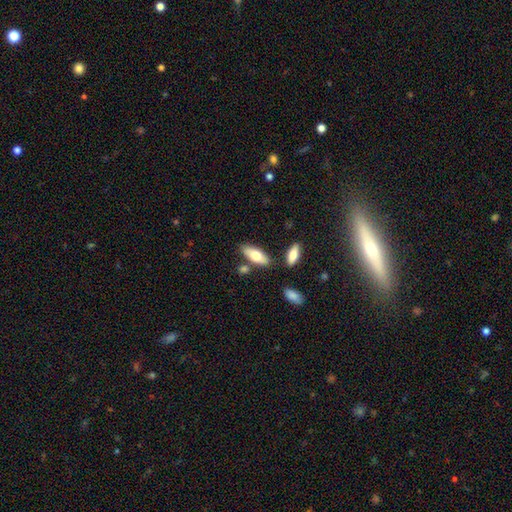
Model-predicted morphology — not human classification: smooth 68%, featured or disk 26%, star or artifact 6%. Down the decision tree: how rounded — in between (74%); merging — none (74%).